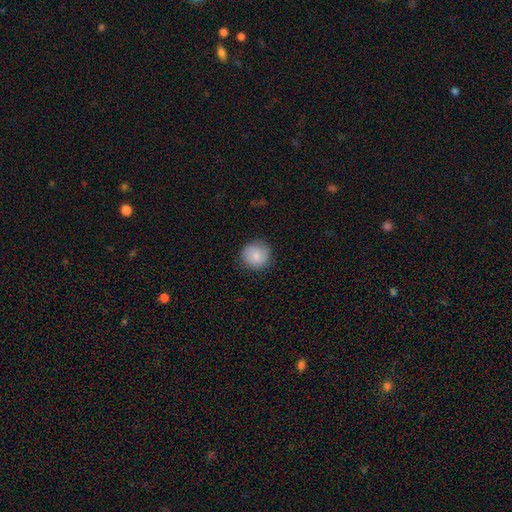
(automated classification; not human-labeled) A smooth galaxy with no disk features (82%) that is round (93%).

Vote fractions:
- Smooth or featured? smooth: 82% / featured or disk: 11% / star or artifact: 7%
- How rounded? round: 93% / in between: 6% / cigar-shaped: 1%
- Merging? none: 87% / minor disturbance: 10% / major disturbance: 2% / merger: 1%